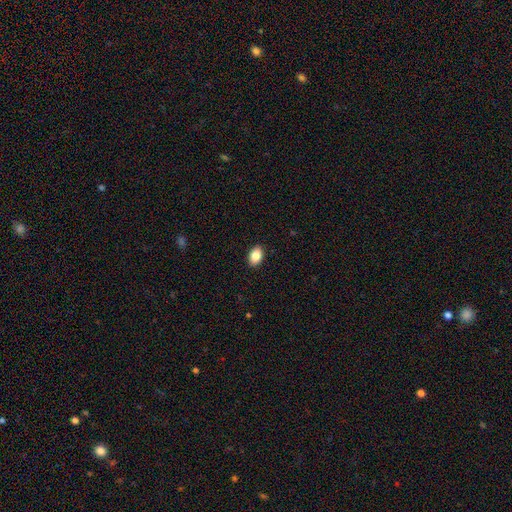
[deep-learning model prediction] Smooth or featured: smooth — 86% (star or artifact — 8%)
How rounded: in between — 87% (round — 12%)
Merging: none — 90% (minor disturbance — 7%)